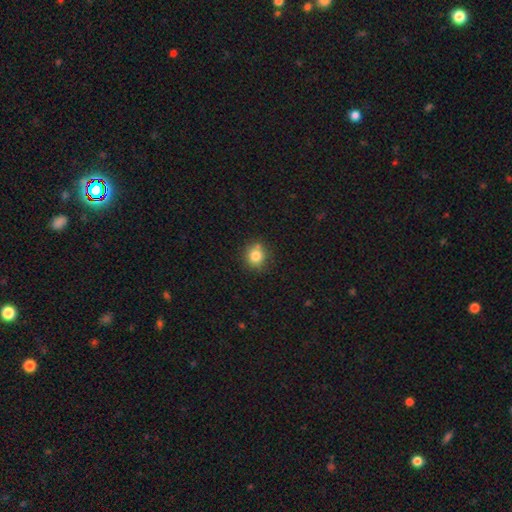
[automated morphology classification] The model was most divided on "merging": none: 75%, minor disturbance: 14%, merger: 8%, major disturbance: 3%. More confident: how rounded — round (83%); smooth or featured — smooth (82%).